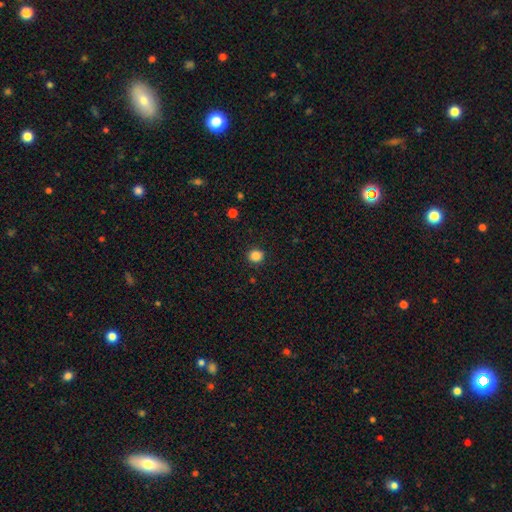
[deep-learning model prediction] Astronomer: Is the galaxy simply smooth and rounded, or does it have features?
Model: smooth — 86%.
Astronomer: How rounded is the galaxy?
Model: round — 82%.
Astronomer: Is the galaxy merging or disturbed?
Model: none — 90%.